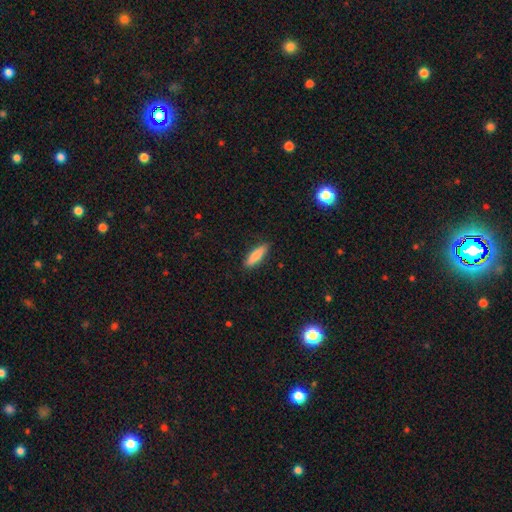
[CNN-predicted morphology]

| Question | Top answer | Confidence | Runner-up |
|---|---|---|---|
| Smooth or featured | smooth | 82% | featured or disk (12%) |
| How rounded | cigar-shaped | 62% | in between (36%) |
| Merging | none | 87% | minor disturbance (10%) |